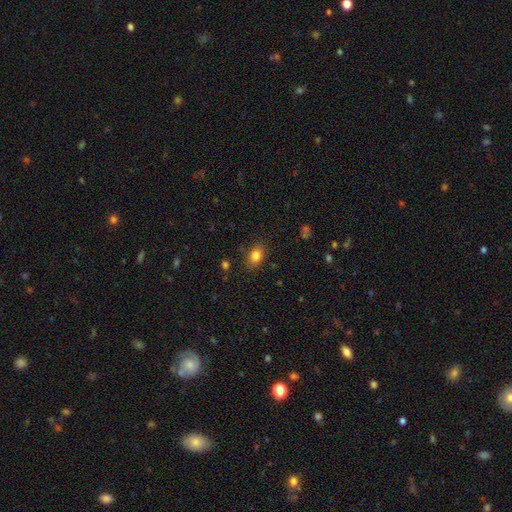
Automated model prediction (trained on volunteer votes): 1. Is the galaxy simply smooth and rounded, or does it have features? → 83% smooth, 11% star or artifact, 7% featured or disk.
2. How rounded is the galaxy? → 72% in between, 26% round, 2% cigar-shaped.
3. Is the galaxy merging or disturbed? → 82% none, 13% minor disturbance, 4% major disturbance, 2% merger.